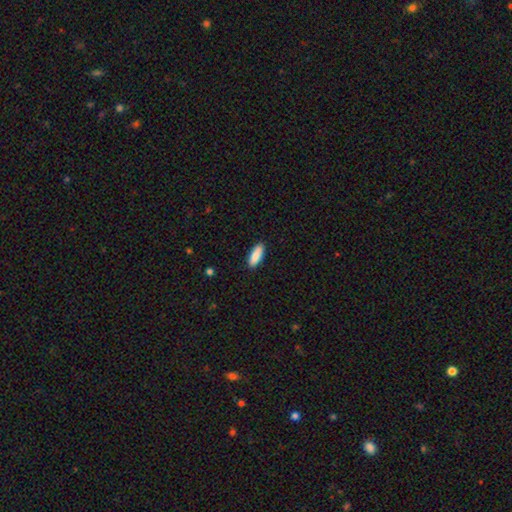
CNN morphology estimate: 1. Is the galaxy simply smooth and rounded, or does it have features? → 88% smooth, 6% featured or disk, 6% star or artifact.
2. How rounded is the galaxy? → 70% in between, 29% cigar-shaped, 2% round.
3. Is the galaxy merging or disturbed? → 89% none, 8% minor disturbance, 2% major disturbance, 1% merger.